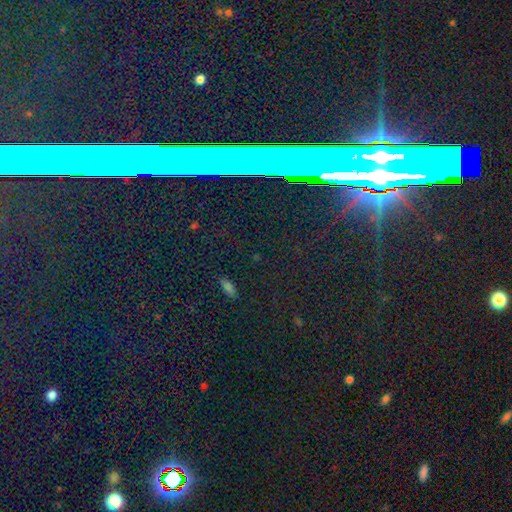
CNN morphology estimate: Overall: star or artifact (81%).